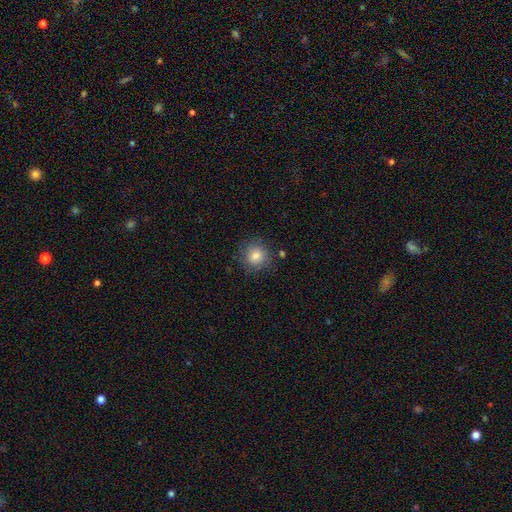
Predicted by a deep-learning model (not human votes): Smooth or featured: smooth — 80% (featured or disk — 10%)
How rounded: round — 89% (in between — 10%)
Merging: none — 80% (minor disturbance — 13%)